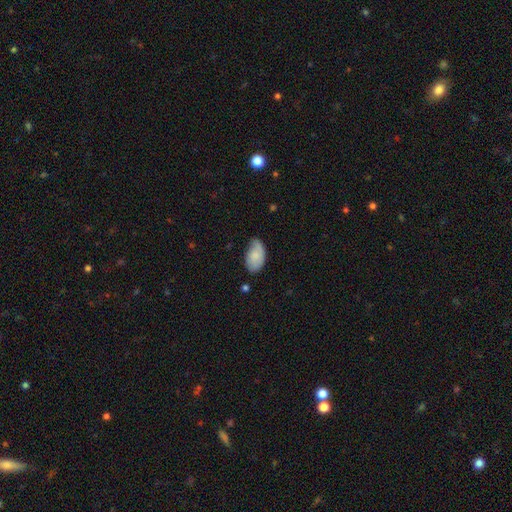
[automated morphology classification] Smooth or featured? Predicted: smooth (p=0.71). How rounded? Predicted: in between (p=0.94). Merging? Predicted: none (p=0.54).